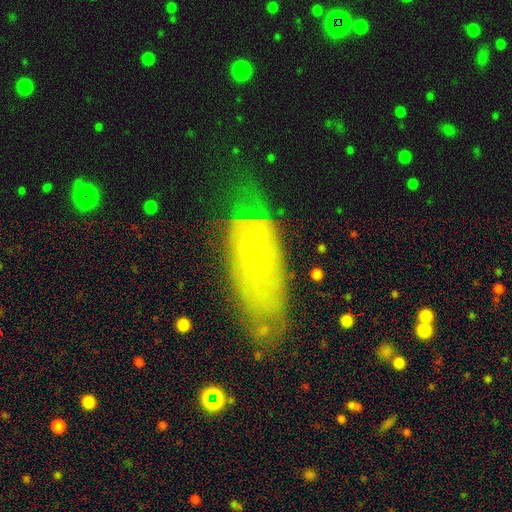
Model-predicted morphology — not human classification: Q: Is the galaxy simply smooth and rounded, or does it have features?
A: smooth — 45%.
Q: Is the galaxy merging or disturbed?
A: none — 39%.